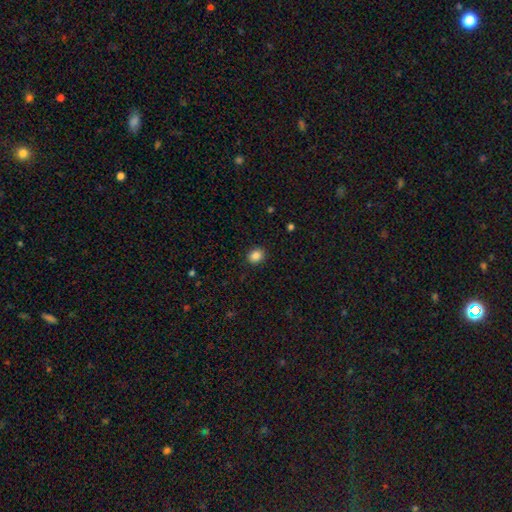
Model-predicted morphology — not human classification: type=smooth (86%); roundness=round (60%); merging=none (90%).